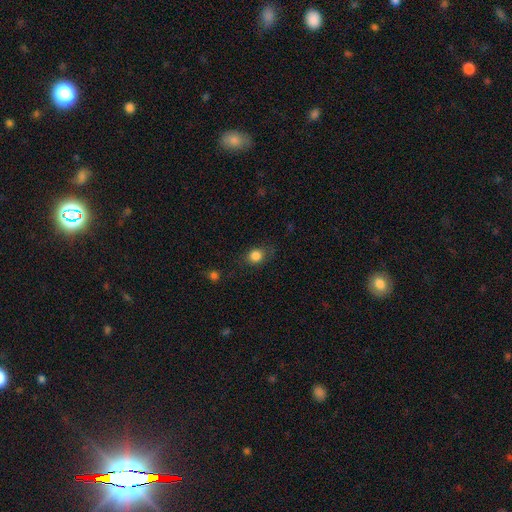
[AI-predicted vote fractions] Smooth or featured: smooth — 83% (star or artifact — 11%)
How rounded: round — 69% (in between — 30%)
Merging: none — 77% (minor disturbance — 16%)